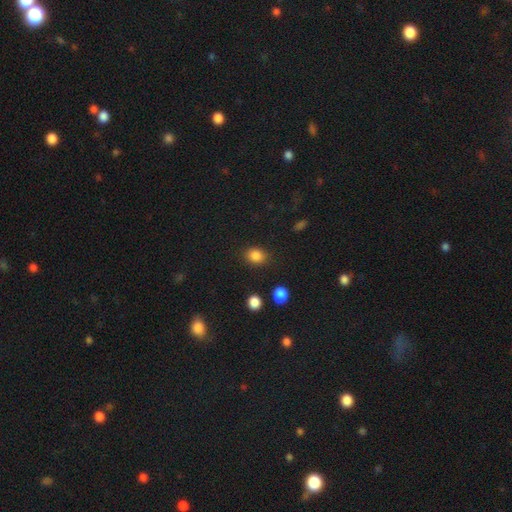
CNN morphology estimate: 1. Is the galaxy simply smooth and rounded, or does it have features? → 85% smooth, 11% star or artifact, 4% featured or disk.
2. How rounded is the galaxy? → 54% round, 45% in between, 1% cigar-shaped.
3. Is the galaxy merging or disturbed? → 83% none, 11% minor disturbance, 4% major disturbance, 2% merger.